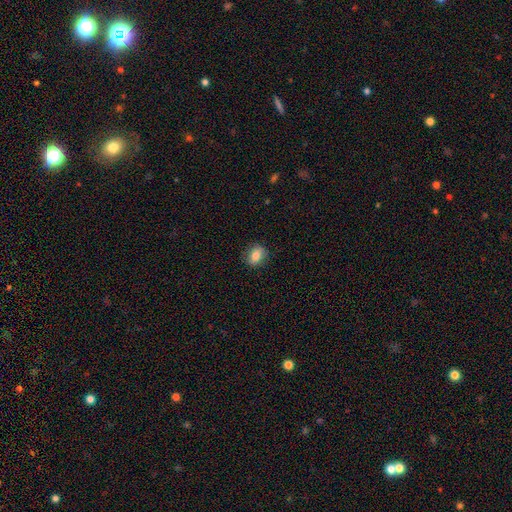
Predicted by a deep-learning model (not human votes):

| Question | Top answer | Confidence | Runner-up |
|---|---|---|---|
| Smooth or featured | smooth | 81% | featured or disk (11%) |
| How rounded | in between | 62% | round (36%) |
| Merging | none | 84% | minor disturbance (12%) |